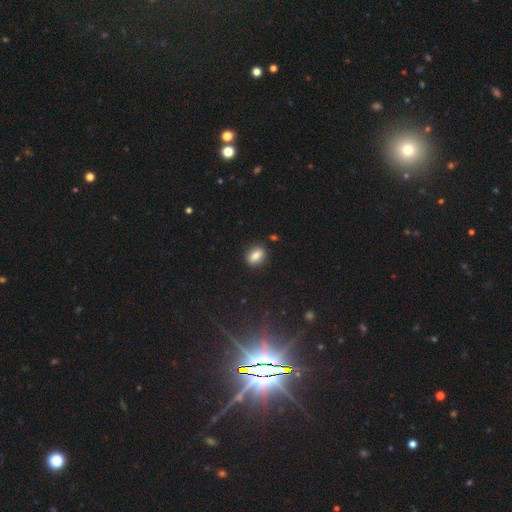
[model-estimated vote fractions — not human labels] Overall: smooth (82%). How rounded: in between (71%). Merging: none (85%).